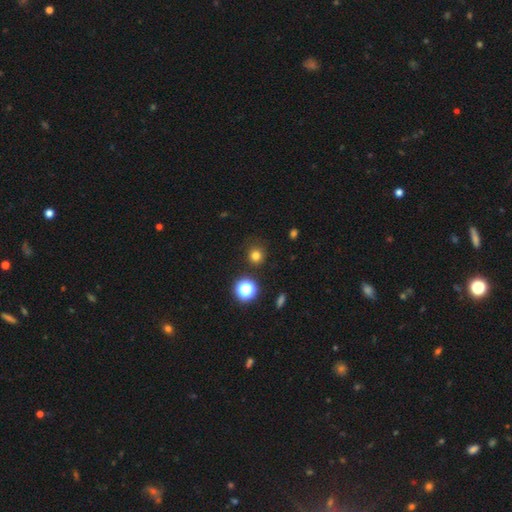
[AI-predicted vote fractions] Smooth or featured: smooth — 76% (star or artifact — 18%)
How rounded: round — 93% (in between — 6%)
Merging: none — 87% (minor disturbance — 8%)